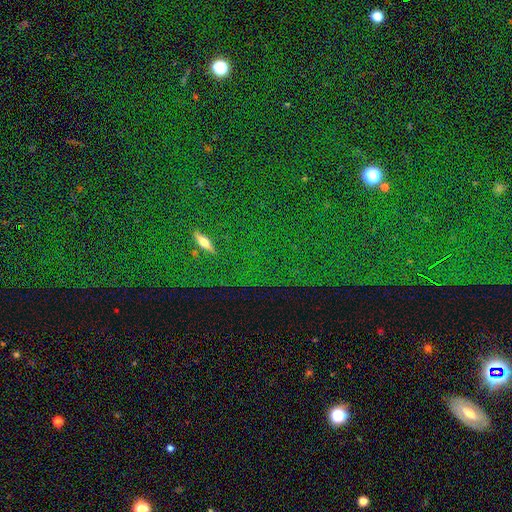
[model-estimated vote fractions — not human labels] The model was most divided on "smooth or featured": star or artifact: 83%, smooth: 9%, featured or disk: 8%.